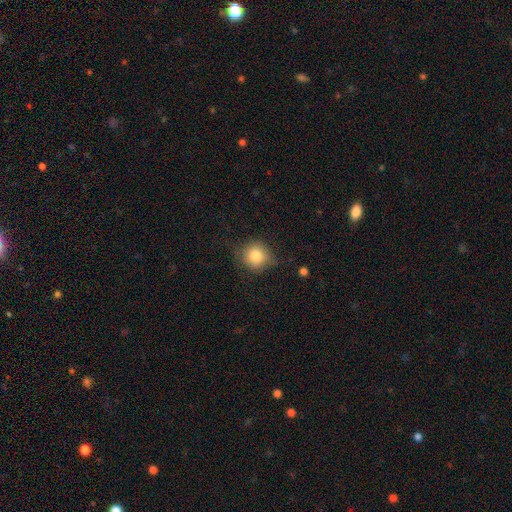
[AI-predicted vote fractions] Smooth or featured?
  - smooth: 81% *
  - featured or disk: 10%
  - star or artifact: 9%
How rounded?
  - round: 87% *
  - in between: 12%
  - cigar-shaped: 1%
Merging?
  - none: 71% *
  - minor disturbance: 22%
  - major disturbance: 6%
  - merger: 1%